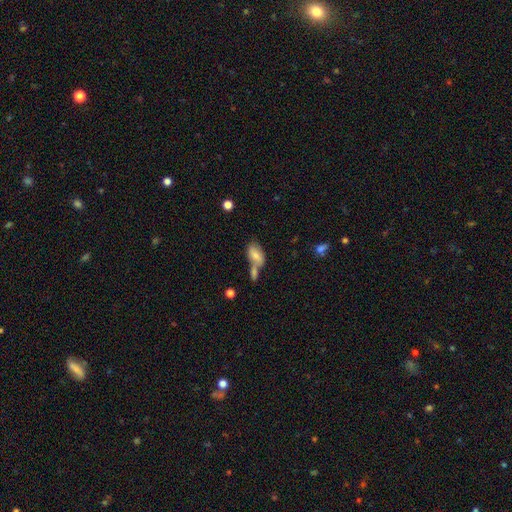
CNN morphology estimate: Smooth or featured? smooth (76%)
How rounded? in between (91%)
Merging? merger (48%)